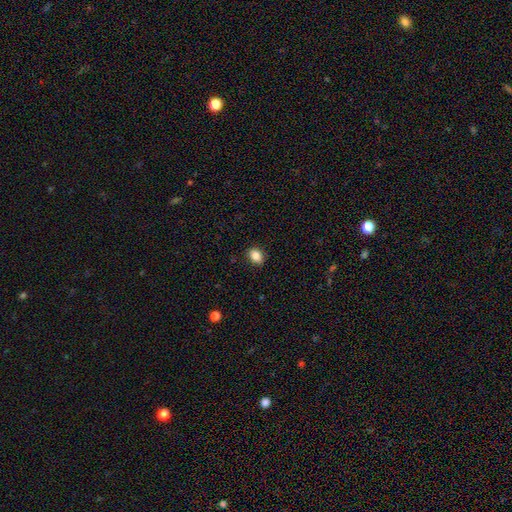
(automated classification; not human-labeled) smooth_or_featured: smooth (p=0.85) [alt: star or artifact p=0.09]
how_rounded: in between (p=0.62) [alt: round p=0.36]
merging: none (p=0.89) [alt: minor disturbance p=0.08]